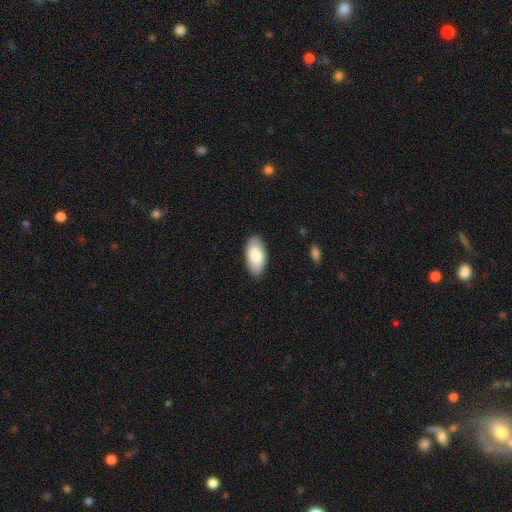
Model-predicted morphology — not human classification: type=smooth (84%); roundness=in between (95%); merging=none (88%).